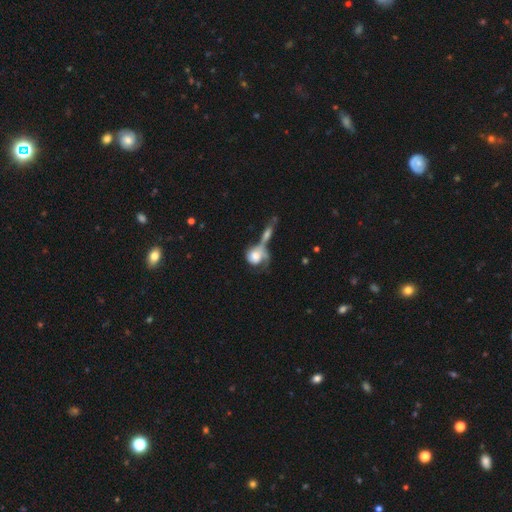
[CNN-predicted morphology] smooth 52%, featured or disk 41%, star or artifact 7%. Down the decision tree: how rounded — round (70%); merging — merger (49%).